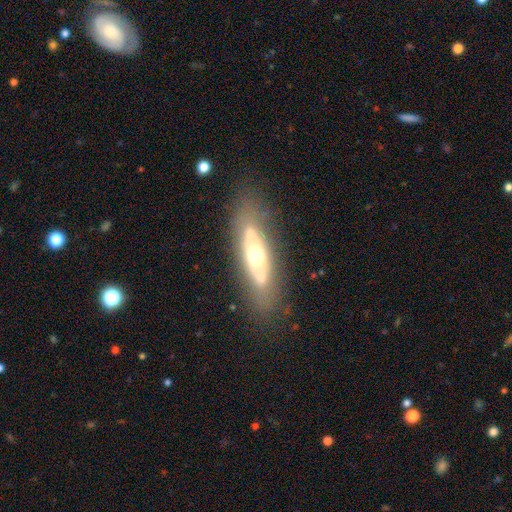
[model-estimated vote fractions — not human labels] Q: Smooth or featured?
A: featured or disk (62%); runner-up: smooth (31%)
Q: Edge-on disk?
A: no (74%); runner-up: yes (26%)
Q: Merging?
A: none (75%); runner-up: minor disturbance (15%)